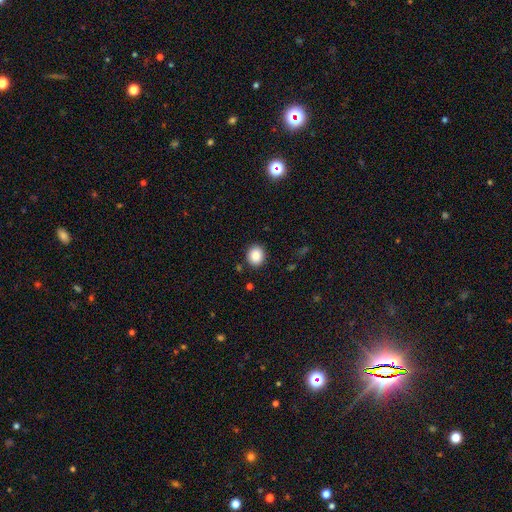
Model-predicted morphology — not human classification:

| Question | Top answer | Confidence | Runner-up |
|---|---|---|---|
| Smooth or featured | smooth | 88% | star or artifact (9%) |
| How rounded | round | 72% | in between (27%) |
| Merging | none | 90% | minor disturbance (7%) |